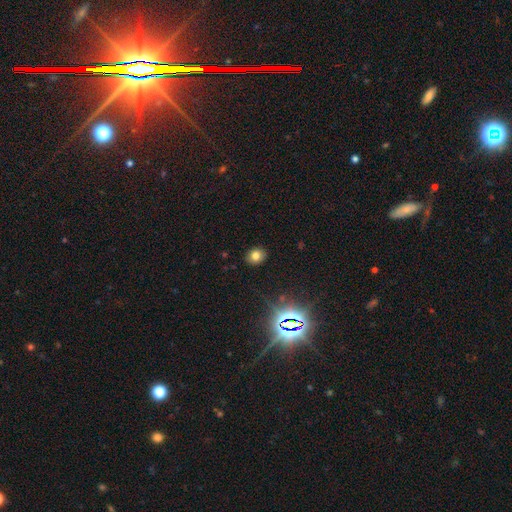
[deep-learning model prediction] smooth-or-featured: smooth: 74% | star or artifact: 18% | featured or disk: 9%
  how-rounded: round: 60% | in between: 39% | cigar-shaped: 1%
  merging: none: 89% | minor disturbance: 8% | major disturbance: 2% | merger: 1%